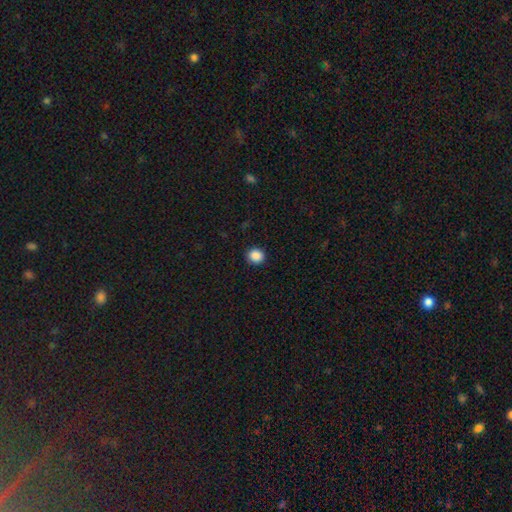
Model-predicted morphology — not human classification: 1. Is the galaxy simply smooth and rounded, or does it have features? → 88% smooth, 10% star or artifact, 3% featured or disk.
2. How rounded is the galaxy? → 87% round, 12% in between, 1% cigar-shaped.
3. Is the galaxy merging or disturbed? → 91% none, 6% minor disturbance, 2% major disturbance, 1% merger.